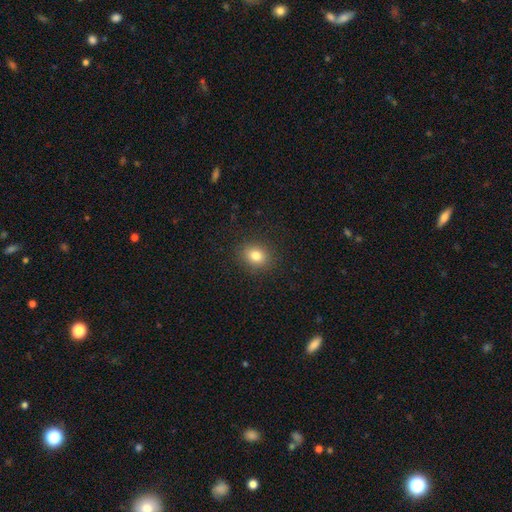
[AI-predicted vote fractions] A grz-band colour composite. It shows a smooth galaxy with no disk features (81%) that is round (58%). Merging: none (89%).